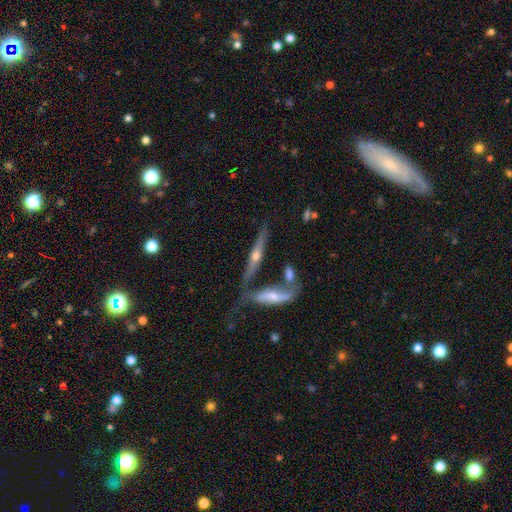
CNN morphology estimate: This is likely a featured or disk galaxy (77%). It is clearly viewed edge-on (92%). Edge-on bulge: clearly rounded (90%). Merging: possibly none (60%).